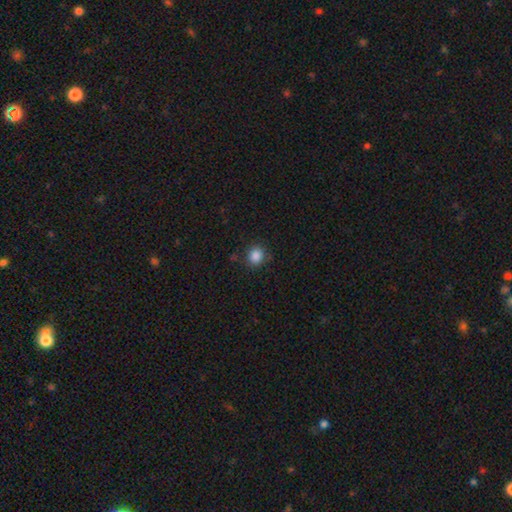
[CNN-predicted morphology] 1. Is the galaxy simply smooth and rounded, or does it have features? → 86% smooth, 10% star or artifact, 3% featured or disk.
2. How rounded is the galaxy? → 80% round, 19% in between, 1% cigar-shaped.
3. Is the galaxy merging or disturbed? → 83% none, 12% minor disturbance, 3% major disturbance, 2% merger.